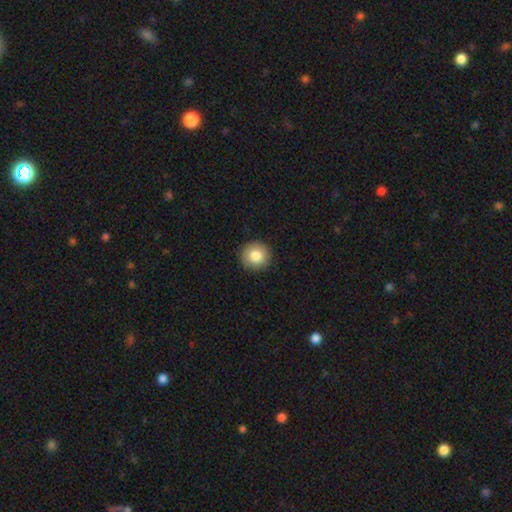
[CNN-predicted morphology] smooth 83%, star or artifact 9%, featured or disk 9%. Down the decision tree: how rounded — round (94%); merging — none (91%).